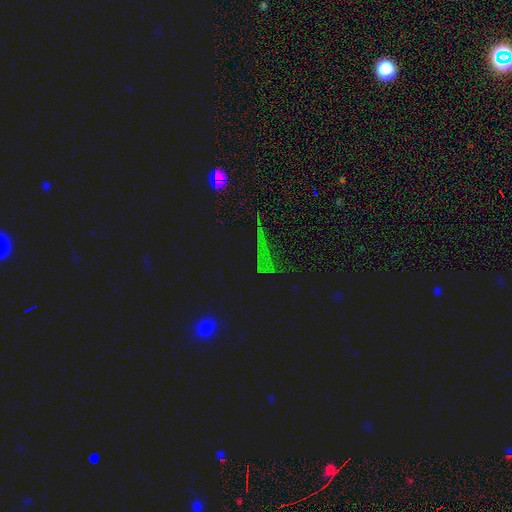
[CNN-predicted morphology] star or artifact 63%, smooth 22%, featured or disk 15%.